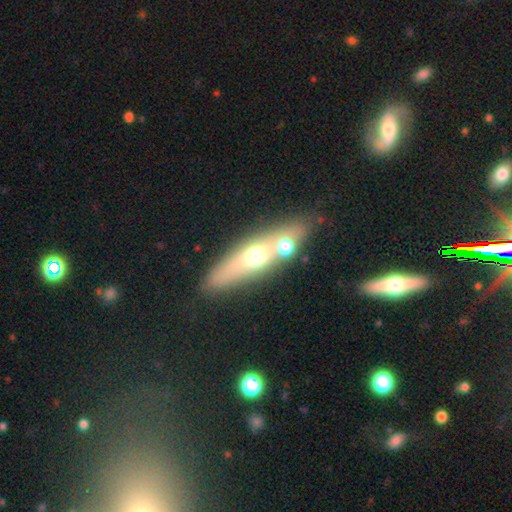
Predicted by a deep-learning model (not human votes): This appears to be a smooth galaxy with no disk features (47%). Merging: none (62%).